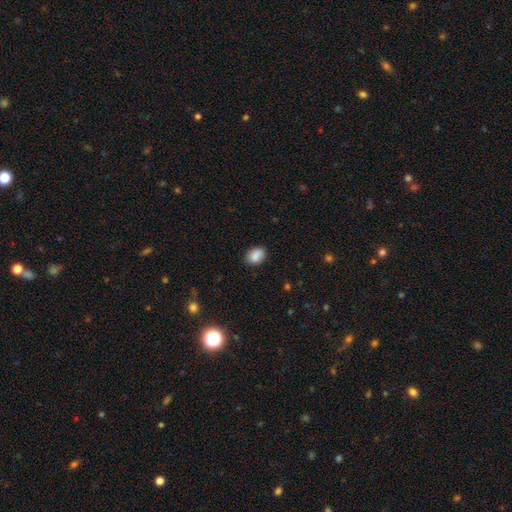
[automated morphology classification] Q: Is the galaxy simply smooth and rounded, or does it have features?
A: smooth — 87%.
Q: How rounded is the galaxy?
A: in between — 74%.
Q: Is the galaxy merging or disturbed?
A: none — 85%.